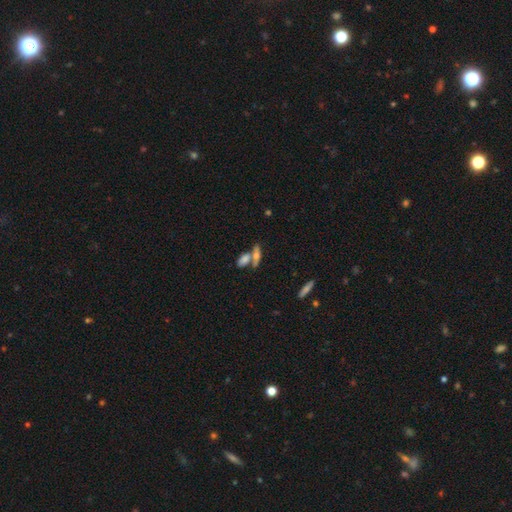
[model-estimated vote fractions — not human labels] A smooth galaxy with no disk features (51%) that is in between round and cigar-shaped (56%).

Vote fractions:
- Smooth or featured? smooth: 51% / featured or disk: 38% / star or artifact: 11%
- How rounded? in between: 56% / cigar-shaped: 37% / round: 7%
- Merging? none: 44% / merger: 42% / minor disturbance: 9% / major disturbance: 4%